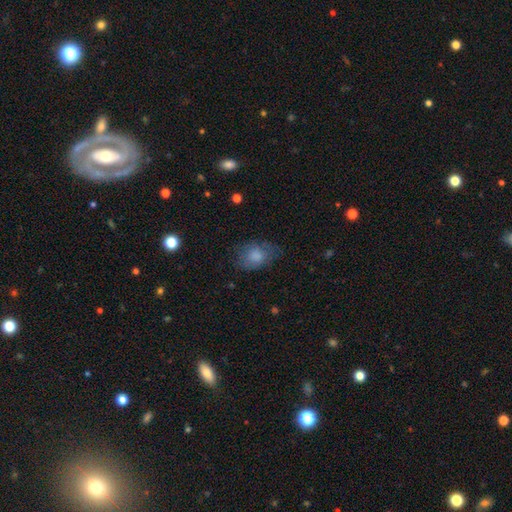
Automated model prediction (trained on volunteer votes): The model was most divided on "merging": none: 57%, minor disturbance: 27%, major disturbance: 14%, merger: 2%. More confident: smooth or featured — smooth (78%); how rounded — in between (75%).